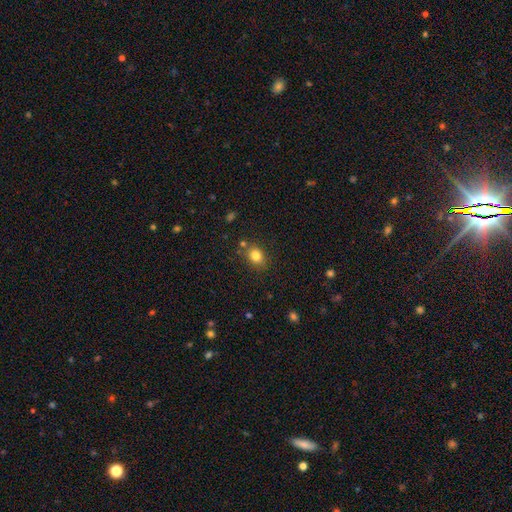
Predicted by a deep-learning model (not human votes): Smooth or featured: smooth — 81% (star or artifact — 11%)
How rounded: in between — 52% (round — 46%)
Merging: none — 77% (minor disturbance — 13%)